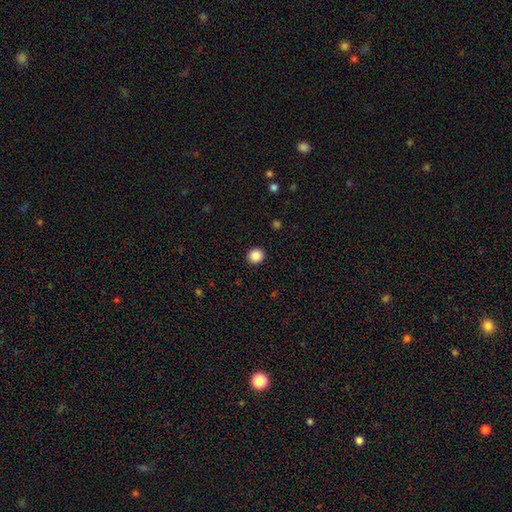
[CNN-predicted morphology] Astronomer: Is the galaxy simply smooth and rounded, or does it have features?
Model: smooth — 87%.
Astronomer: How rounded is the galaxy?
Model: round — 91%.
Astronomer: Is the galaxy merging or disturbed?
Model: none — 93%.